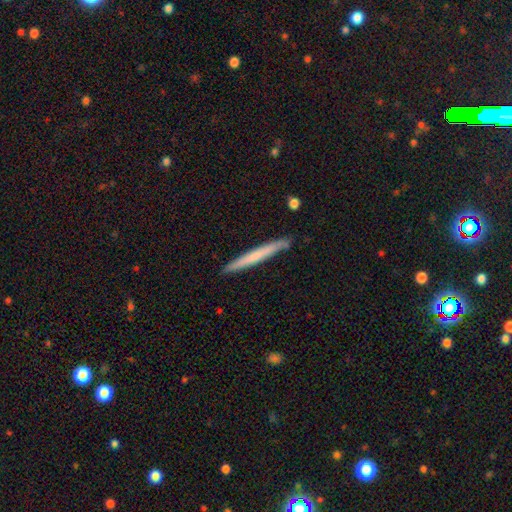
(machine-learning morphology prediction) A smooth galaxy with no disk features (59%) that is cigar-shaped (97%). Merging: none (89%).